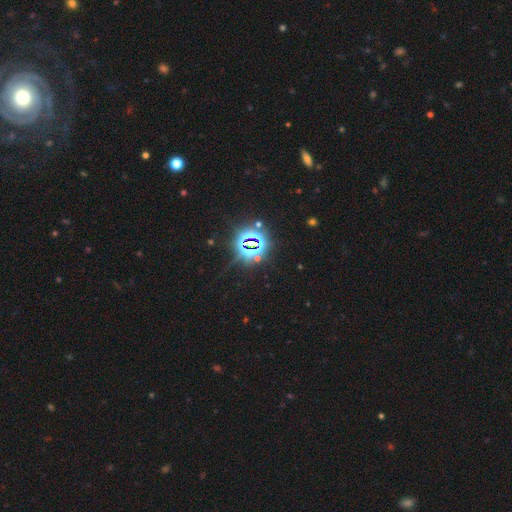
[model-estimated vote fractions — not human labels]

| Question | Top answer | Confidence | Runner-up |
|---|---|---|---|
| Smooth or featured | star or artifact | 82% | smooth (11%) |